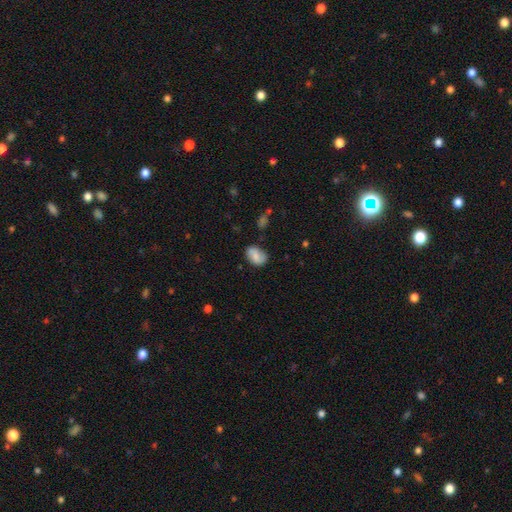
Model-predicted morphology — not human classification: Smooth or featured?
  - smooth: 69% *
  - featured or disk: 23%
  - star or artifact: 8%
How rounded?
  - in between: 80% *
  - round: 19%
  - cigar-shaped: 1%
Merging?
  - none: 73% *
  - minor disturbance: 20%
  - major disturbance: 5%
  - merger: 3%